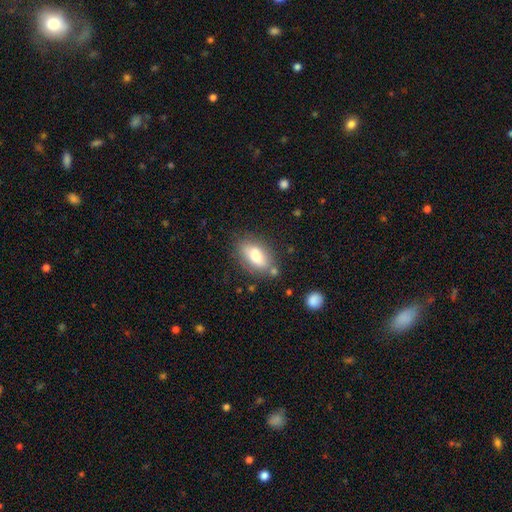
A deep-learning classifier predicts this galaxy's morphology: This is likely a smooth galaxy (75%). How rounded: clearly in between (88%). Merging: likely none (72%).